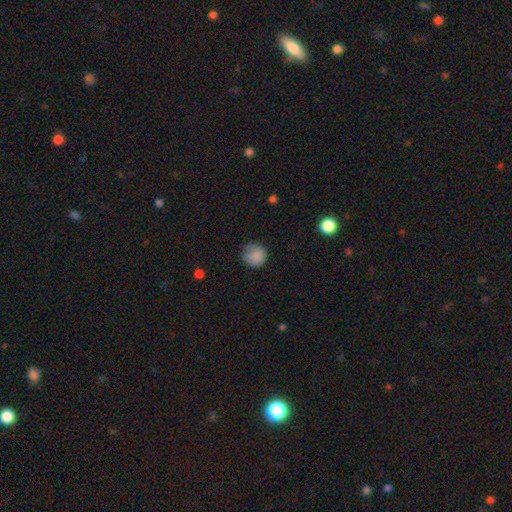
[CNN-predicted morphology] This is clearly a smooth galaxy (86%). How rounded: clearly round (92%). Merging: likely none (77%).